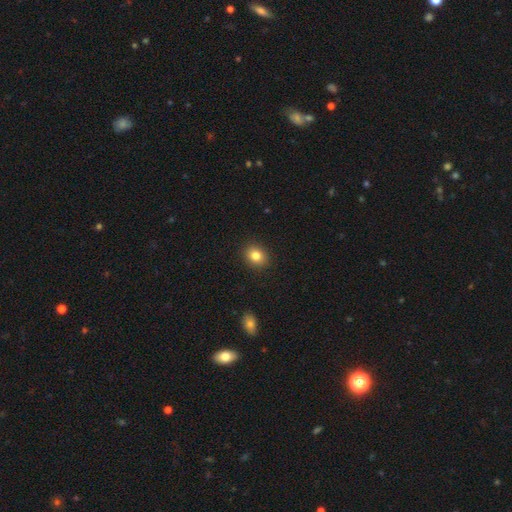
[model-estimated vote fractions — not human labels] This appears to be a smooth galaxy with no disk features (82%) that is round (67%). Merging: none (91%).